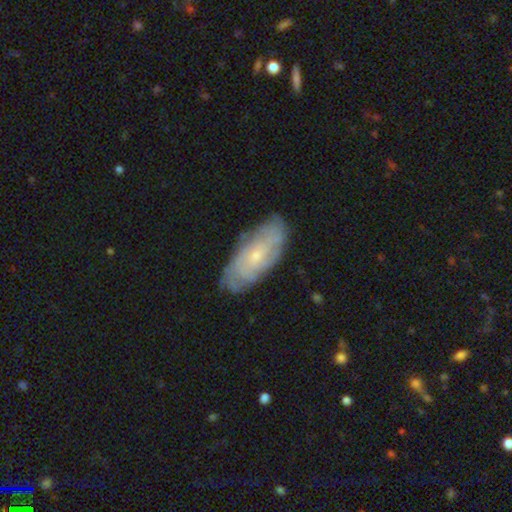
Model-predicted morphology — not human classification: type=featured or disk (63%); edge-on=no (88%); bar=no (74%); spiral arms=yes (79%); bulge=small (71%); merging=none (79%).